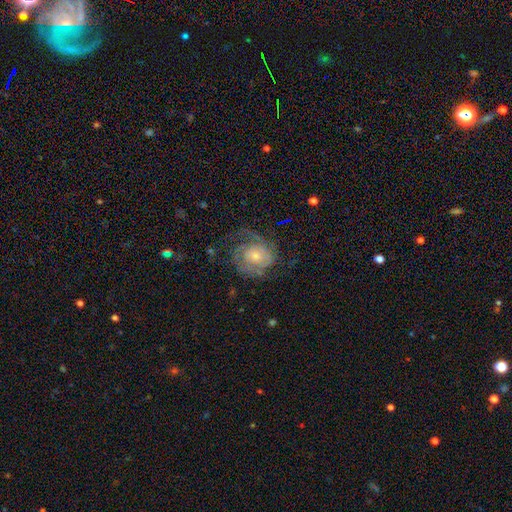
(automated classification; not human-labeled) The model was most divided on "spiral arm count": 2: 38%, can't tell: 30%, 3: 12%, 1: 12%, 4: 5%, more than 4: 4%. Remaining: edge-on disk — no (98%); spiral arms — yes (89%); smooth or featured — featured or disk (77%); bar — no (71%); merging — none (54%); bulge size — small (54%); spiral winding — tight (49%).